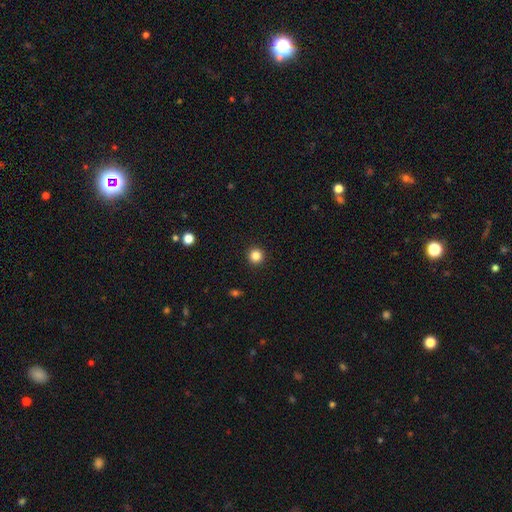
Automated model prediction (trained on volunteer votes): This is clearly a smooth galaxy (84%). How rounded: clearly round (96%). Merging: clearly none (93%).